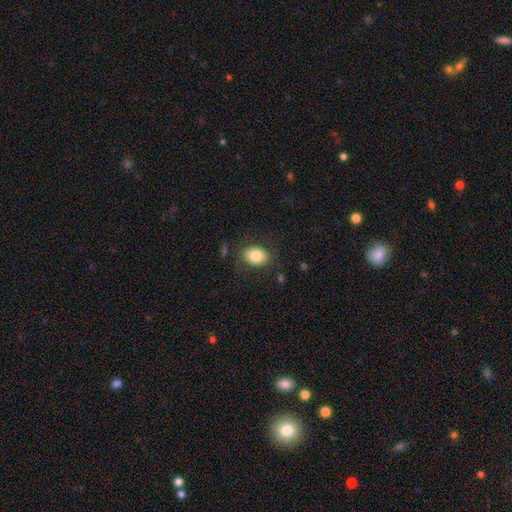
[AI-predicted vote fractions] A smooth galaxy with no disk features (83%) that is in between round and cigar-shaped (65%).

Vote fractions:
- Smooth or featured? smooth: 83% / featured or disk: 9% / star or artifact: 8%
- How rounded? in between: 65% / round: 34% / cigar-shaped: 1%
- Merging? none: 79% / minor disturbance: 14% / major disturbance: 6% / merger: 1%